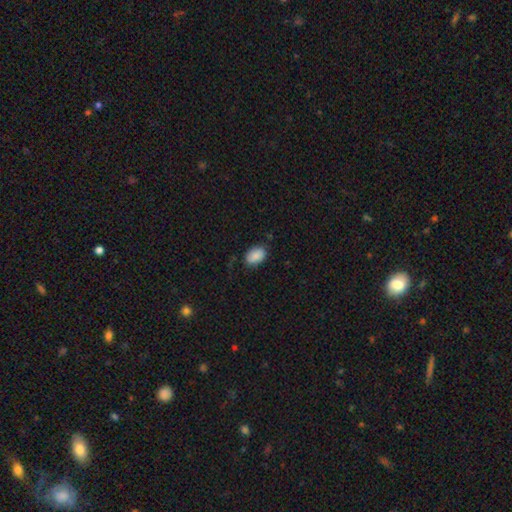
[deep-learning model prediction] A smooth galaxy with no disk features (88%) that is in between round and cigar-shaped (88%).

Vote fractions:
- Smooth or featured? smooth: 88% / star or artifact: 7% / featured or disk: 5%
- How rounded? in between: 88% / round: 11% / cigar-shaped: 1%
- Merging? none: 79% / minor disturbance: 17% / major disturbance: 3% / merger: 1%